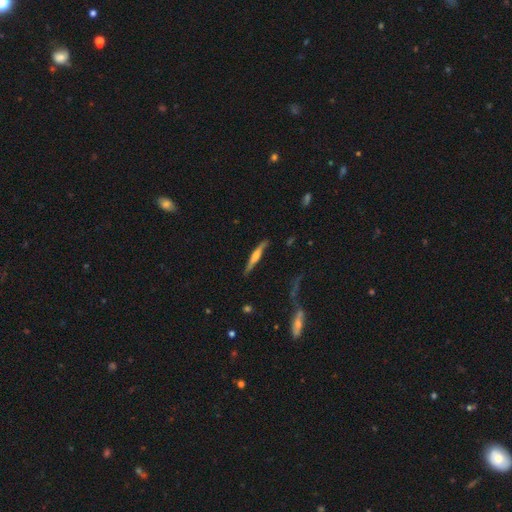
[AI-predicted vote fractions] smooth-or-featured: featured or disk: 67% | smooth: 28% | star or artifact: 6%
  disk-edge-on: yes: 96% | no: 4%
    edge-on-bulge: rounded: 79% | boxy: 12% | none: 9%
  merging: none: 83% | minor disturbance: 12% | major disturbance: 3% | merger: 2%